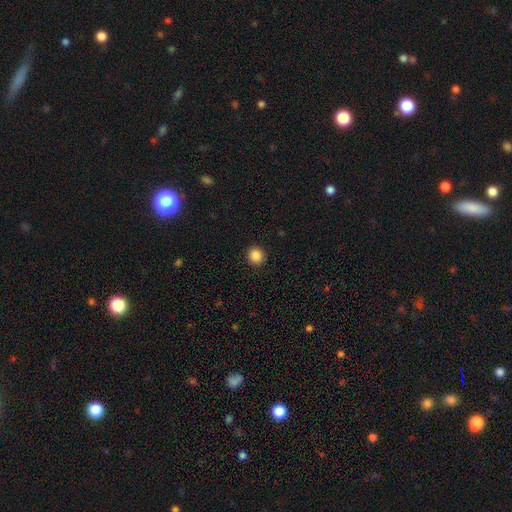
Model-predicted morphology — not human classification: Smooth or featured? smooth (87%)
How rounded? round (87%)
Merging? none (92%)